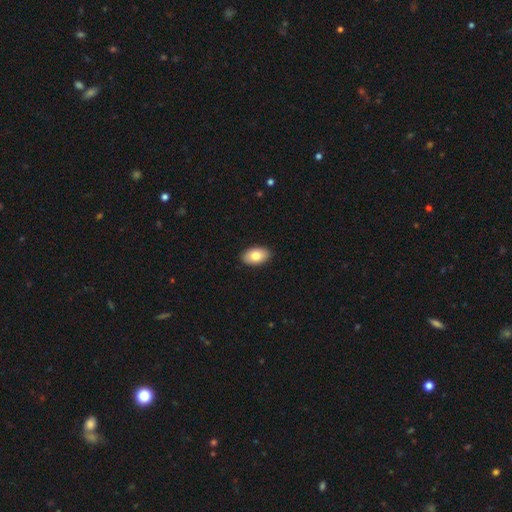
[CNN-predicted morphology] Q: Smooth or featured?
A: smooth (80%); runner-up: featured or disk (13%)
Q: How rounded?
A: in between (94%); runner-up: round (5%)
Q: Merging?
A: none (90%); runner-up: minor disturbance (7%)